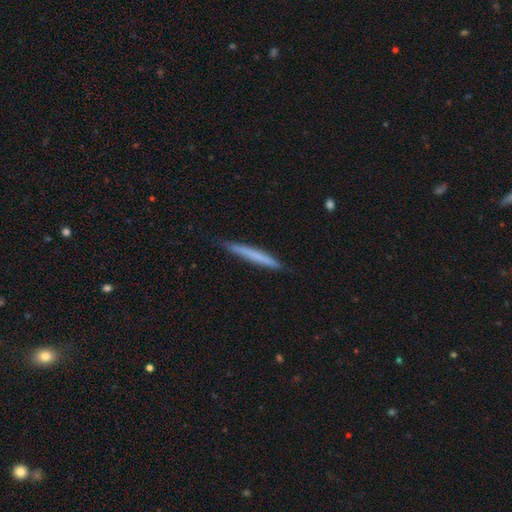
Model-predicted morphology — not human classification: Smooth or featured? Predicted: smooth (p=0.62). How rounded? Predicted: cigar-shaped (p=0.97). Merging? Predicted: none (p=0.87).